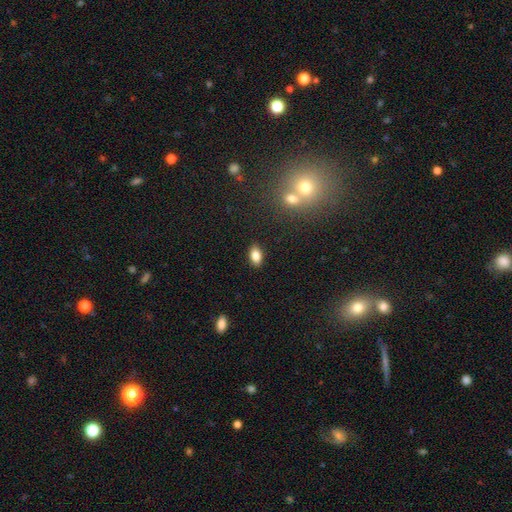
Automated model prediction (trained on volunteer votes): A smooth galaxy with no disk features (84%) that is in between round and cigar-shaped (90%).

Vote fractions:
- Smooth or featured? smooth: 84% / star or artifact: 9% / featured or disk: 7%
- How rounded? in between: 90% / round: 7% / cigar-shaped: 4%
- Merging? none: 88% / minor disturbance: 8% / major disturbance: 2% / merger: 1%